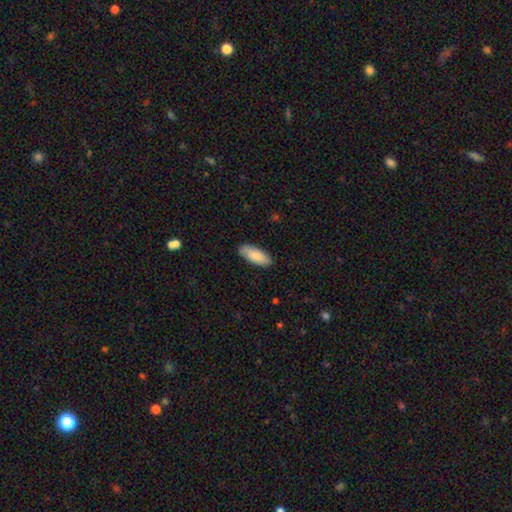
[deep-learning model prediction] Q: Smooth or featured?
A: smooth (81%); runner-up: featured or disk (14%)
Q: How rounded?
A: in between (84%); runner-up: cigar-shaped (14%)
Q: Merging?
A: none (83%); runner-up: minor disturbance (14%)